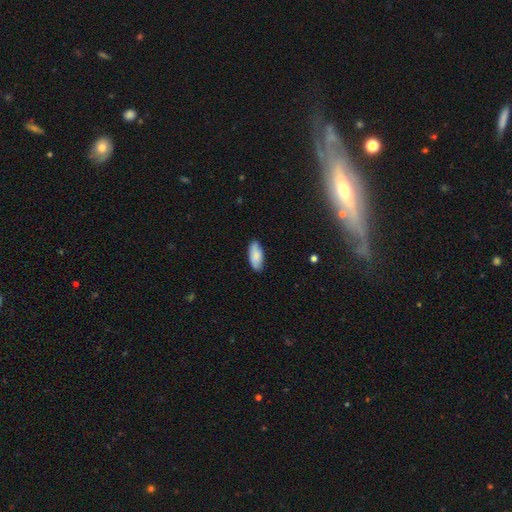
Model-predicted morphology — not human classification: type=smooth (83%); roundness=in between (84%); merging=none (82%).